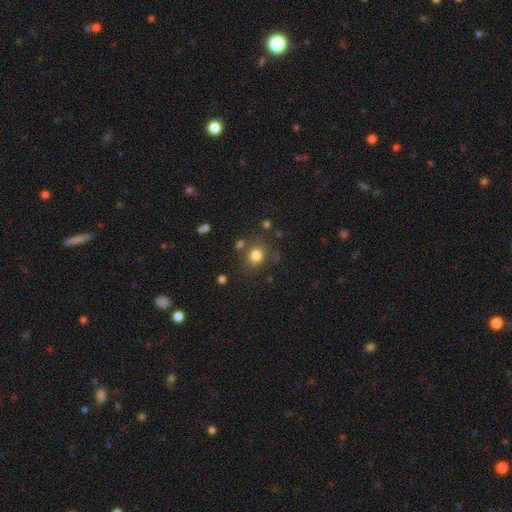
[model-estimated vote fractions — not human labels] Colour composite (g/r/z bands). It shows a smooth galaxy with no disk features (79%) that is round (74%). Merging: none (77%).